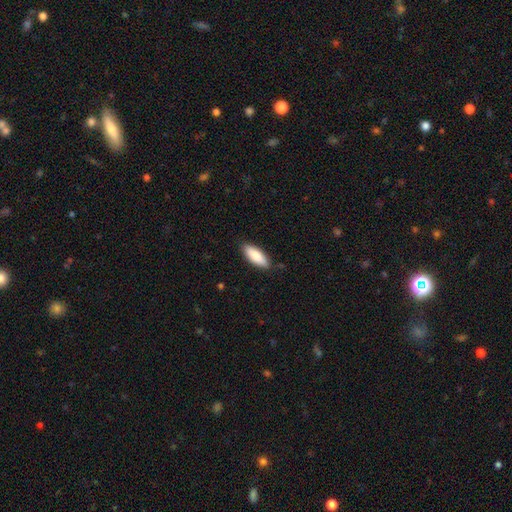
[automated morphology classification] A smooth galaxy with no disk features (85%) that is in between round and cigar-shaped (74%). Merging: none (86%).